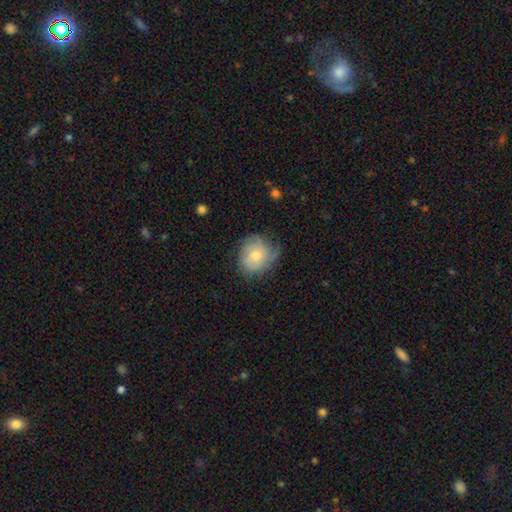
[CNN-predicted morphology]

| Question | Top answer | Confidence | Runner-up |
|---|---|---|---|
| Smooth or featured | featured or disk | 47% | smooth (45%) |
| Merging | none | 58% | minor disturbance (28%) |